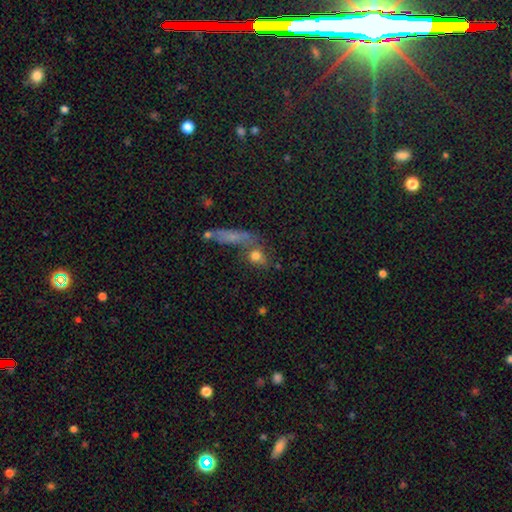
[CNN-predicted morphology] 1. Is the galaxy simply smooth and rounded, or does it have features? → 67% smooth, 16% featured or disk, 16% star or artifact.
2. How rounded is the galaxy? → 52% round, 34% in between, 14% cigar-shaped.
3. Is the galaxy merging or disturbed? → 51% none, 26% merger, 13% minor disturbance, 9% major disturbance.